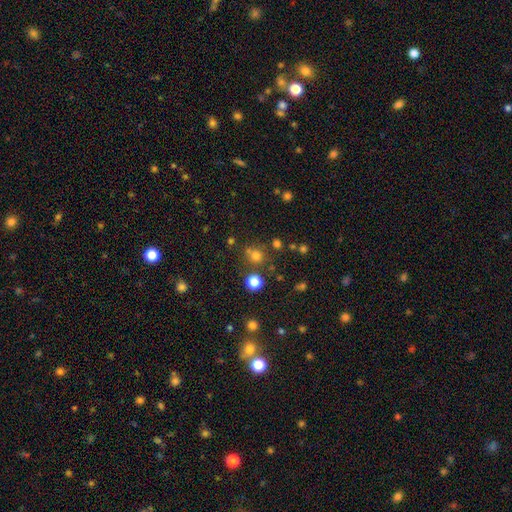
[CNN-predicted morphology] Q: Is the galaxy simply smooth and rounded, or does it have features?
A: smooth — 71%.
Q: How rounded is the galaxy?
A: round — 89%.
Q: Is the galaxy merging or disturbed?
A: none — 73%.